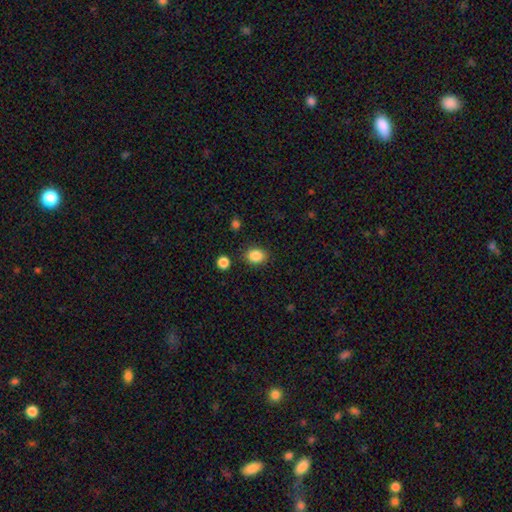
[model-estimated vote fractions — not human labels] smooth 86%, star or artifact 10%, featured or disk 4%. Down the decision tree: how rounded — round (50%); merging — none (84%).